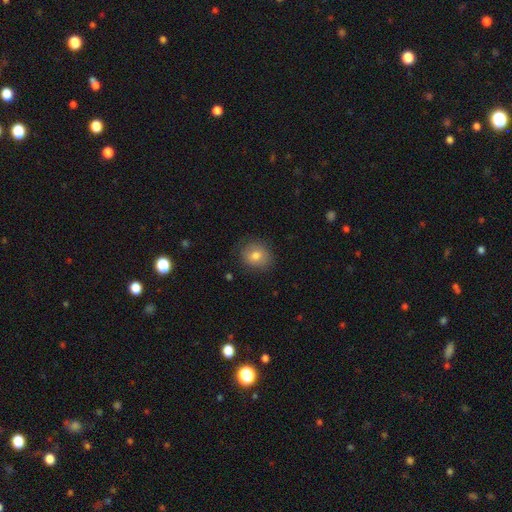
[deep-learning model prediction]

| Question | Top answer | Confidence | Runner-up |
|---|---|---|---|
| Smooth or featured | smooth | 78% | featured or disk (13%) |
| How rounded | round | 78% | in between (21%) |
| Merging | none | 83% | minor disturbance (13%) |